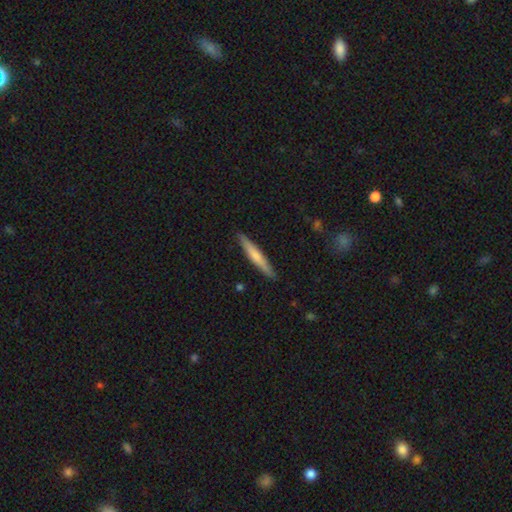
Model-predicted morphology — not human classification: The model was most divided on "smooth or featured": smooth: 60%, featured or disk: 35%, star or artifact: 5%. More confident: how rounded — cigar-shaped (94%); merging — none (90%).